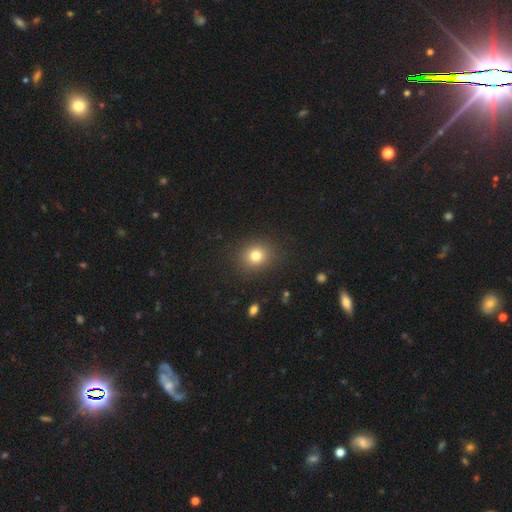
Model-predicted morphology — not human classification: The model was most divided on "how rounded": round: 77%, in between: 22%, cigar-shaped: 1%. More confident: merging — none (88%); smooth or featured — smooth (79%).